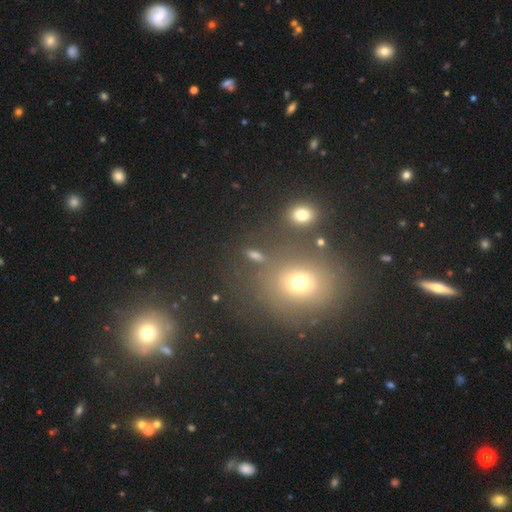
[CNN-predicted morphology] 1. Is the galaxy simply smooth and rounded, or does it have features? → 56% smooth, 29% star or artifact, 14% featured or disk.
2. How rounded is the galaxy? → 55% round, 41% in between, 5% cigar-shaped.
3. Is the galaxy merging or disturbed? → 70% none, 12% minor disturbance, 11% merger, 7% major disturbance.